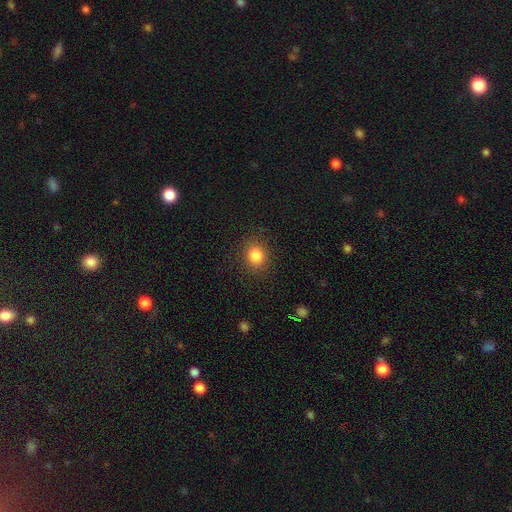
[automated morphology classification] smooth-or-featured: smooth: 84% | star or artifact: 11% | featured or disk: 5%
  how-rounded: round: 71% | in between: 28% | cigar-shaped: 1%
  merging: none: 87% | minor disturbance: 9% | major disturbance: 3% | merger: 1%